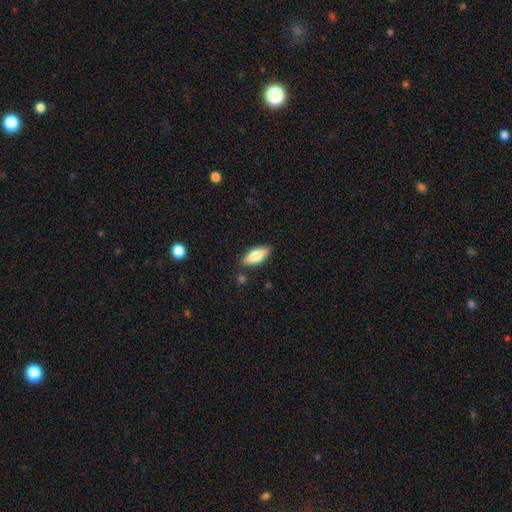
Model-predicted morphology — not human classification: smooth-or-featured: smooth: 70% | featured or disk: 23% | star or artifact: 7%
  how-rounded: in between: 77% | cigar-shaped: 20% | round: 3%
  merging: none: 84% | minor disturbance: 11% | merger: 2% | major disturbance: 2%